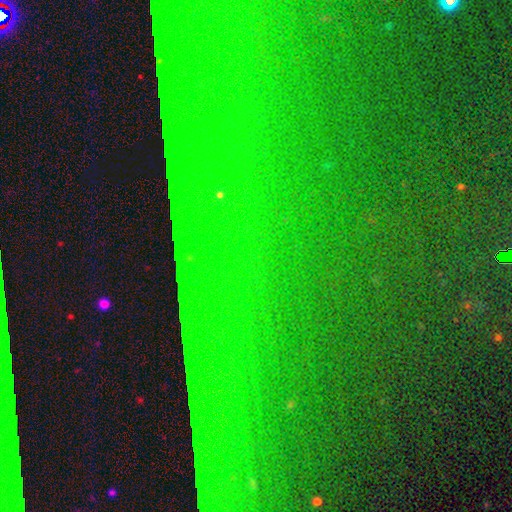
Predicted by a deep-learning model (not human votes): Smooth or featured? star or artifact (85%)